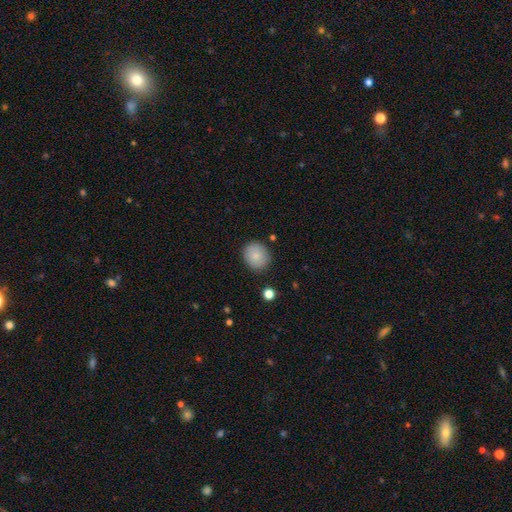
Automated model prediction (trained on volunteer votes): Q: Smooth or featured?
A: smooth (83%); runner-up: featured or disk (9%)
Q: How rounded?
A: round (80%); runner-up: in between (19%)
Q: Merging?
A: none (86%); runner-up: minor disturbance (10%)